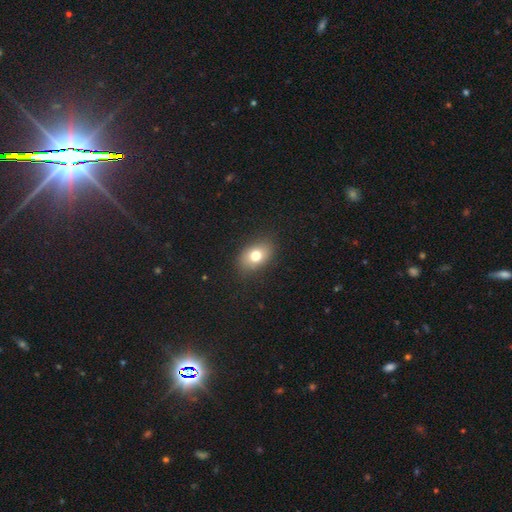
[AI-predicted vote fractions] Morphology: type=smooth (74%); roundness=in between (77%); merging=none (85%).